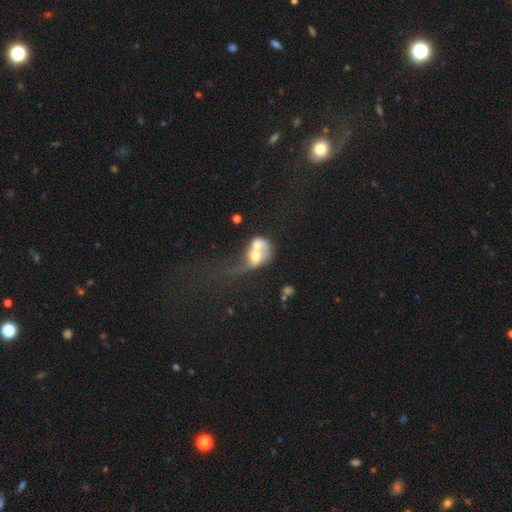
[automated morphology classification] A smooth galaxy with no disk features (47%).

Vote fractions:
- Smooth or featured? smooth: 47% / featured or disk: 44% / star or artifact: 9%
- Merging? merger: 68% / major disturbance: 17% / none: 9% / minor disturbance: 6%